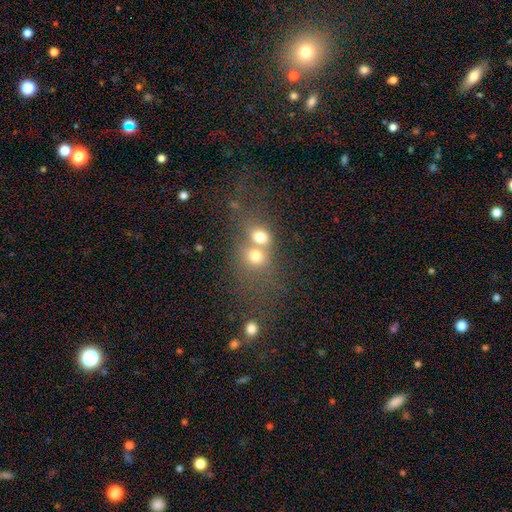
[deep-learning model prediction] Smooth or featured? smooth (65%)
How rounded? round (63%)
Merging? merger (66%)